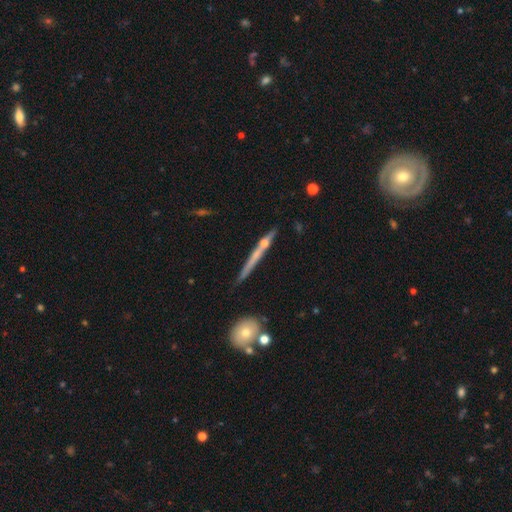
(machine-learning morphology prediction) Smooth or featured? Predicted: featured or disk (p=0.59). Edge-on disk? Predicted: yes (p=0.95). Edge-on bulge? Predicted: none (p=0.64). Merging? Predicted: none (p=0.75).